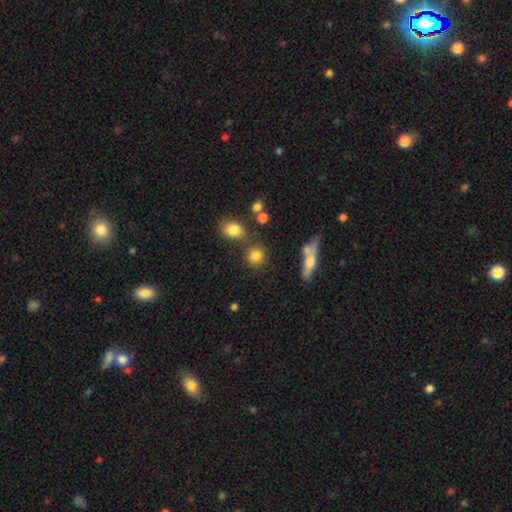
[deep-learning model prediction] A smooth galaxy with no disk features (80%) that is round (82%). Merging: none (72%).